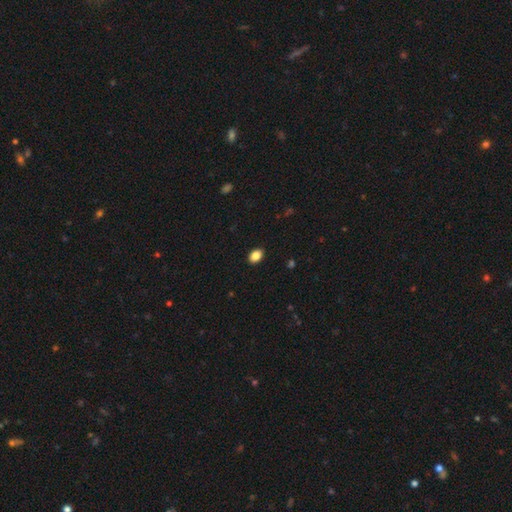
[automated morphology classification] This appears to be a smooth galaxy with no disk features (87%) that is in between round and cigar-shaped (80%). Merging: none (90%).